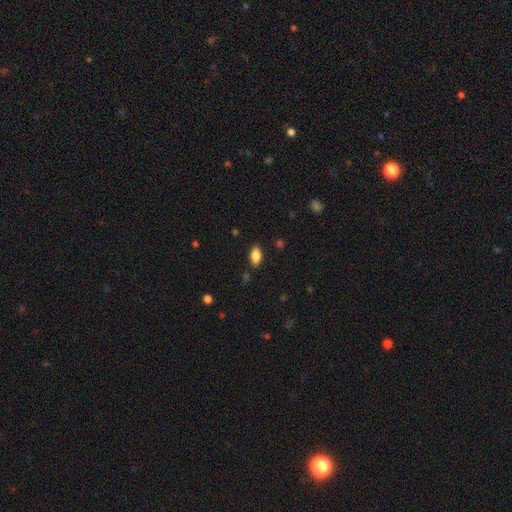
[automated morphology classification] smooth_or_featured: smooth (p=0.85) [alt: star or artifact p=0.08]
how_rounded: in between (p=0.91) [alt: round p=0.05]
merging: none (p=0.84) [alt: minor disturbance p=0.11]